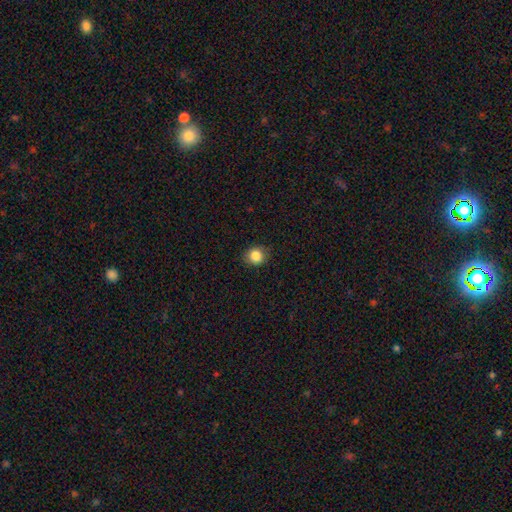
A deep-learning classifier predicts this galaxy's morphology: This is clearly a smooth galaxy (85%). How rounded: clearly round (82%). Merging: clearly none (85%).